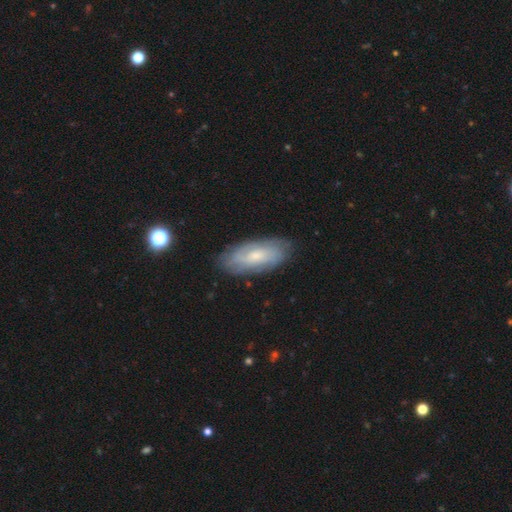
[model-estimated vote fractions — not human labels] featured or disk 55%, smooth 38%, star or artifact 8%. Down the decision tree: edge-on disk — no (85%); merging — none (81%).